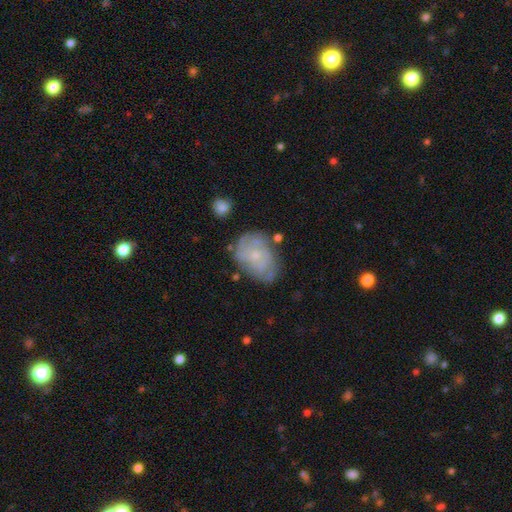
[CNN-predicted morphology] The model was most divided on "smooth or featured": featured or disk: 64%, smooth: 28%, star or artifact: 8%. More confident: edge-on disk — no (97%); bar — no (77%); spiral arms — yes (77%); bulge size — small (67%); merging — none (63%).